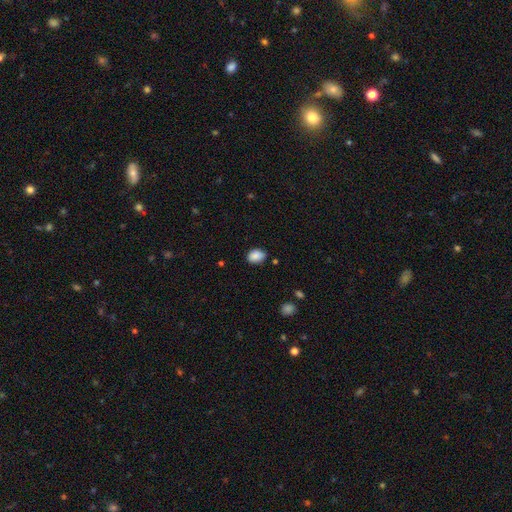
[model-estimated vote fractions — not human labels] This appears to be a smooth galaxy with no disk features (88%) that is in between round and cigar-shaped (73%). Merging: none (77%).